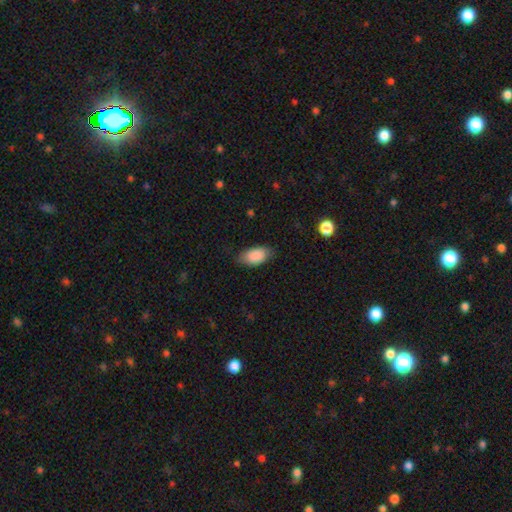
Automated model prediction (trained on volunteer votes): Smooth or featured? smooth (88%)
How rounded? in between (93%)
Merging? none (76%)